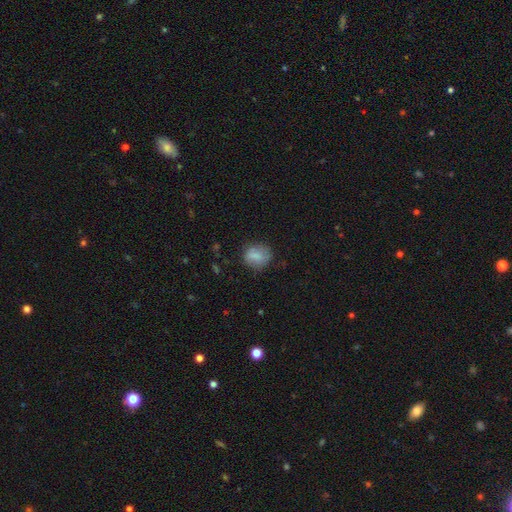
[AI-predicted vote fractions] This is likely a smooth galaxy (78%). How rounded: likely round (61%). Merging: likely none (70%).